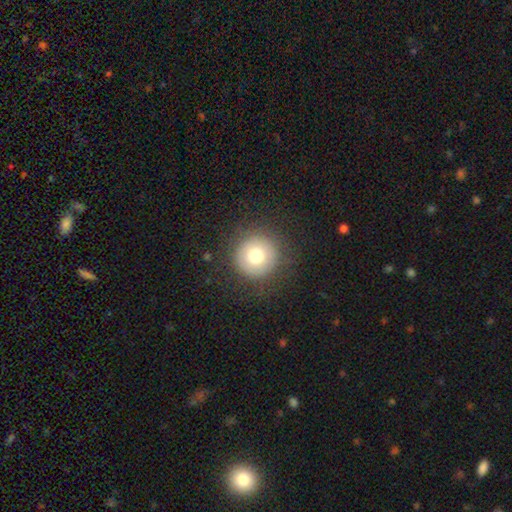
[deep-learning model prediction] This appears to be a smooth galaxy with no disk features (74%) that is round (96%). Merging: none (86%).